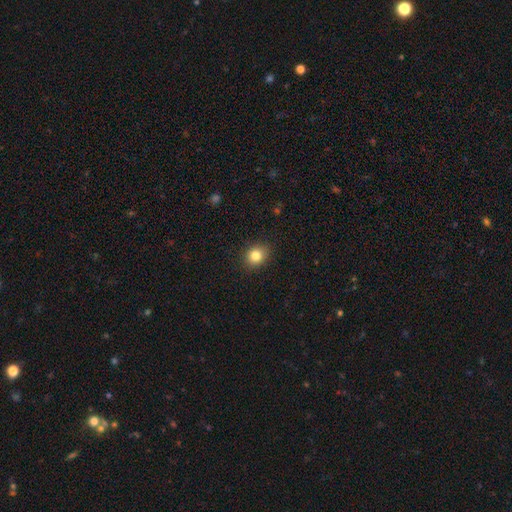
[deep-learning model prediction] A smooth galaxy with no disk features (83%) that is round (60%). Merging: none (89%).